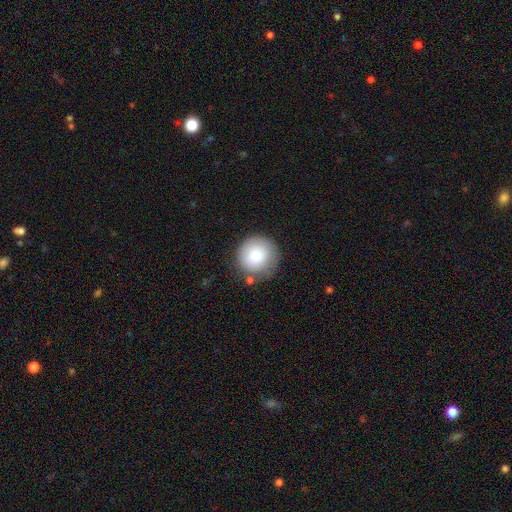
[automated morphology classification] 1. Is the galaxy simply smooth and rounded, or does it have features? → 83% smooth, 9% featured or disk, 7% star or artifact.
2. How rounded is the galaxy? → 93% round, 6% in between, 1% cigar-shaped.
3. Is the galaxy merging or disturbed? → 75% none, 16% minor disturbance, 5% merger, 5% major disturbance.